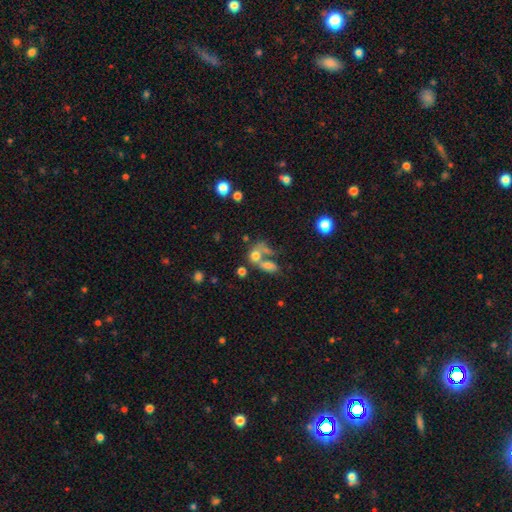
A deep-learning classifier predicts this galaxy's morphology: A smooth galaxy with no disk features (63%) that is in between round and cigar-shaped (58%).

Vote fractions:
- Smooth or featured? smooth: 63% / featured or disk: 23% / star or artifact: 15%
- How rounded? in between: 58% / round: 38% / cigar-shaped: 4%
- Merging? merger: 57% / none: 22% / major disturbance: 13% / minor disturbance: 8%